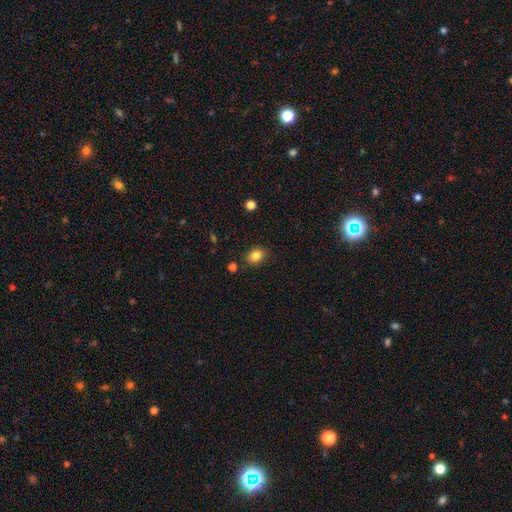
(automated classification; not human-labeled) This appears to be a smooth galaxy with no disk features (83%) that is round (50%). Merging: none (86%).